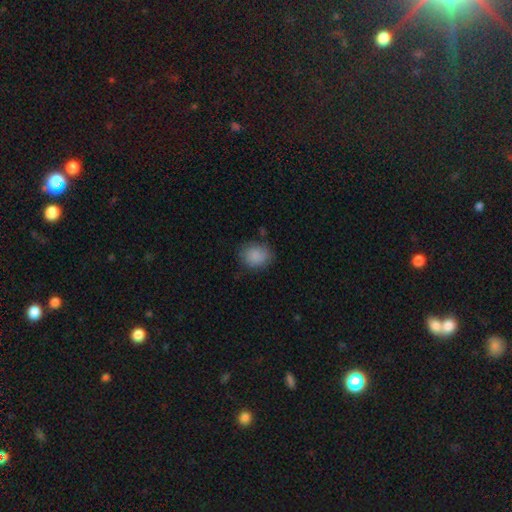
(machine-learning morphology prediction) smooth 87%, star or artifact 8%, featured or disk 6%. Down the decision tree: how rounded — round (65%); merging — none (77%).